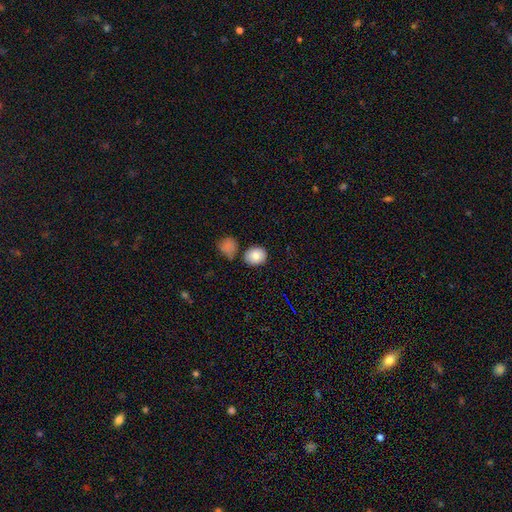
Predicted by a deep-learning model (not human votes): Smooth or featured?
  - smooth: 84% *
  - star or artifact: 9%
  - featured or disk: 8%
How rounded?
  - round: 54% *
  - in between: 45%
  - cigar-shaped: 1%
Merging?
  - none: 75% *
  - minor disturbance: 12%
  - merger: 9%
  - major disturbance: 3%